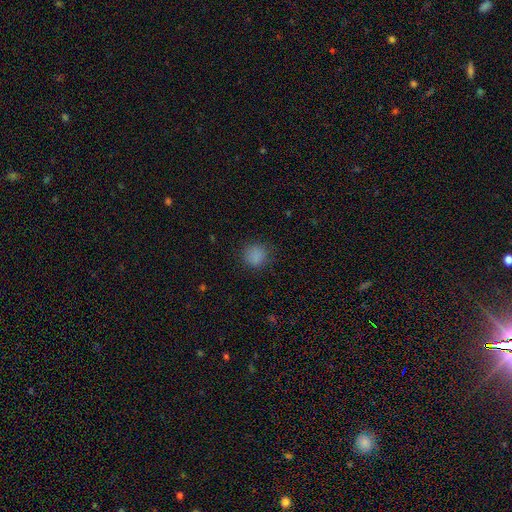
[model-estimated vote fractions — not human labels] A smooth galaxy with no disk features (83%) that is round (86%). Merging: none (83%).